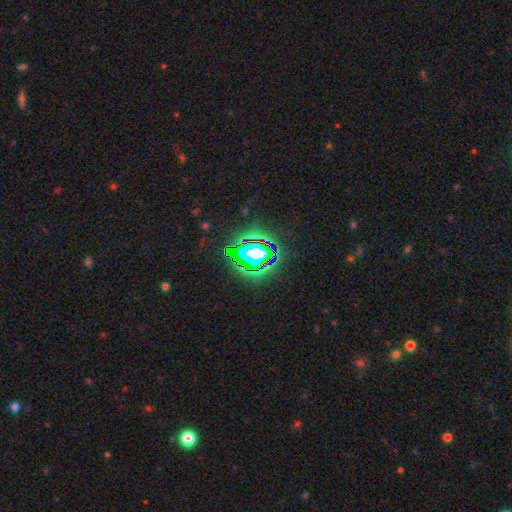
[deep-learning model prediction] smooth_or_featured: star or artifact (p=0.74) [alt: smooth p=0.13]